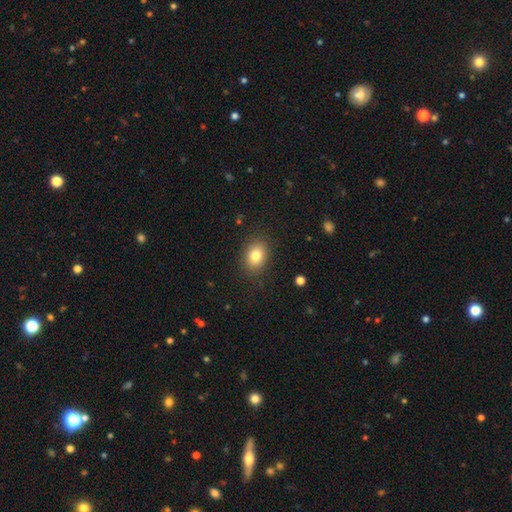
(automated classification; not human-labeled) Smooth or featured? Predicted: smooth (p=0.81). How rounded? Predicted: in between (p=0.65). Merging? Predicted: none (p=0.86).